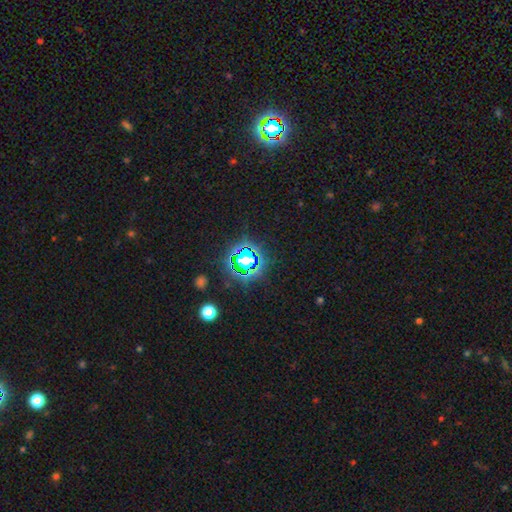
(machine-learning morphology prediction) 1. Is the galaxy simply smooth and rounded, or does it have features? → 77% star or artifact, 15% smooth, 7% featured or disk.